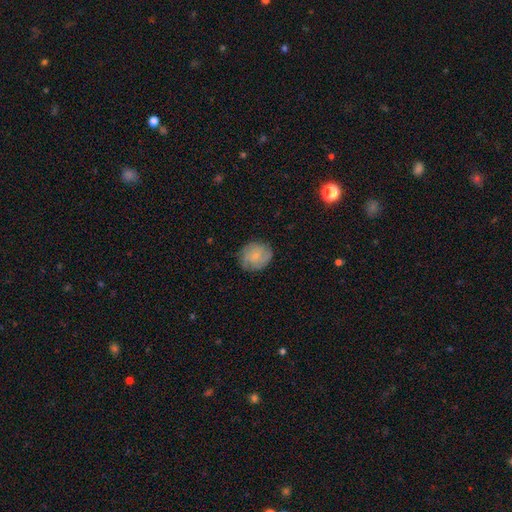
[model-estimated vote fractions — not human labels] Smooth or featured? Predicted: smooth (p=0.47). Merging? Predicted: none (p=0.78).